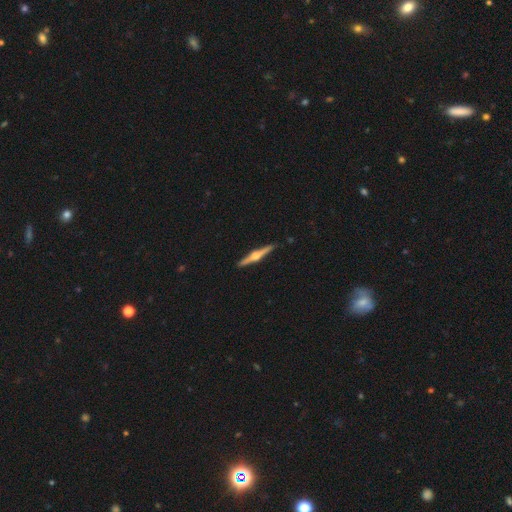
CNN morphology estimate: Smooth or featured: featured or disk — 81% (smooth — 15%)
Edge-on disk: yes — 98% (no — 2%)
Edge-on bulge: rounded — 94% (boxy — 4%)
Merging: none — 92% (minor disturbance — 6%)